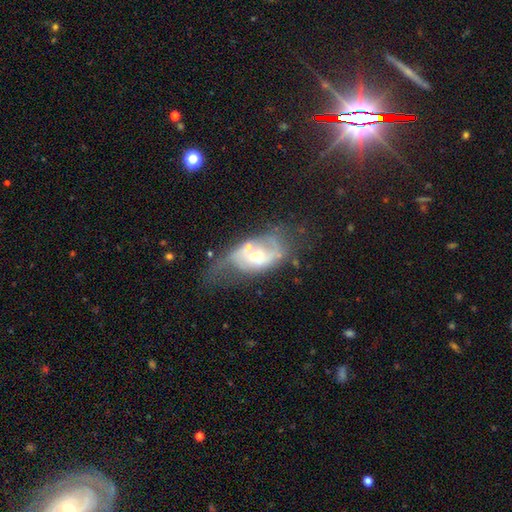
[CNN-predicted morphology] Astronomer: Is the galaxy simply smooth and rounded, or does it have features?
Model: featured or disk — 71%.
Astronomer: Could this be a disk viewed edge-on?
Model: no — 94%.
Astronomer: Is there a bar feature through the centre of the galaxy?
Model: no — 65%.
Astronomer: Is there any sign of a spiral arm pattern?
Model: yes — 76%.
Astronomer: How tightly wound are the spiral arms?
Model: medium — 39% (runner-up: loose, 38%).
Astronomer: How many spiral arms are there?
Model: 2 — 62%.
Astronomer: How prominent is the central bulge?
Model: moderate — 47% (runner-up: small, 46%).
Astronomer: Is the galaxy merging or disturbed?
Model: none — 32% (runner-up: major disturbance, 28%).